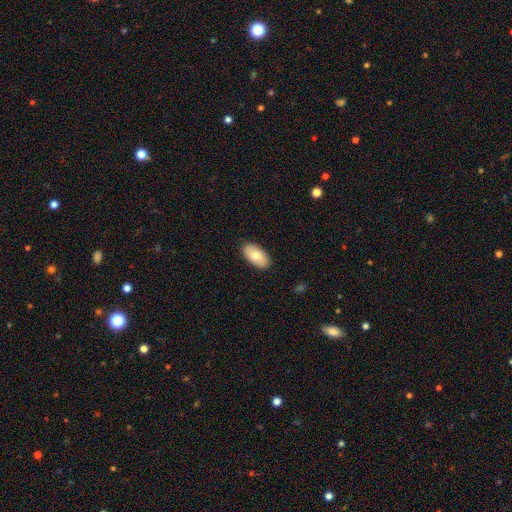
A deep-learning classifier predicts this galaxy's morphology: Smooth or featured: smooth — 78% (featured or disk — 16%)
How rounded: in between — 95% (round — 3%)
Merging: none — 89% (minor disturbance — 8%)